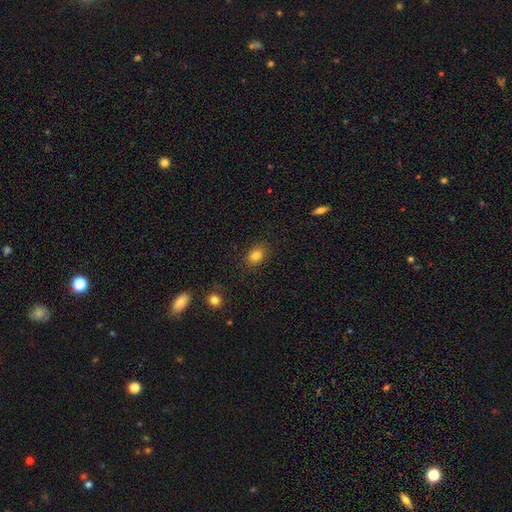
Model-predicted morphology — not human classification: A smooth galaxy with no disk features (83%) that is in between round and cigar-shaped (66%). Merging: none (86%).